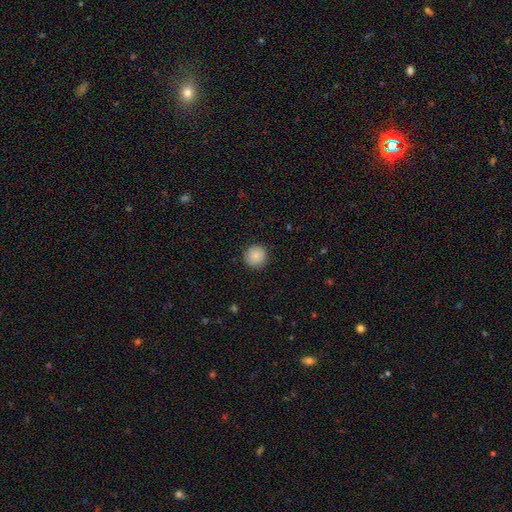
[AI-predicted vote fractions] Smooth or featured?
  - smooth: 86% *
  - star or artifact: 8%
  - featured or disk: 6%
How rounded?
  - round: 95% *
  - in between: 4%
  - cigar-shaped: 1%
Merging?
  - none: 89% *
  - minor disturbance: 8%
  - major disturbance: 2%
  - merger: 1%